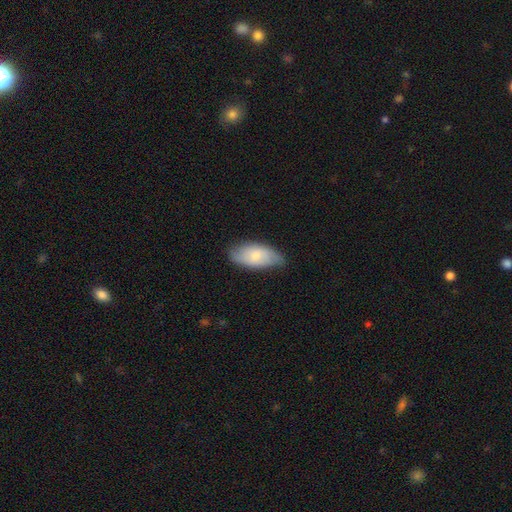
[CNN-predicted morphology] A smooth galaxy with no disk features (67%) that is in between round and cigar-shaped (91%).

Vote fractions:
- Smooth or featured? smooth: 67% / featured or disk: 27% / star or artifact: 6%
- How rounded? in between: 91% / cigar-shaped: 6% / round: 3%
- Merging? none: 70% / minor disturbance: 25% / major disturbance: 4% / merger: 1%